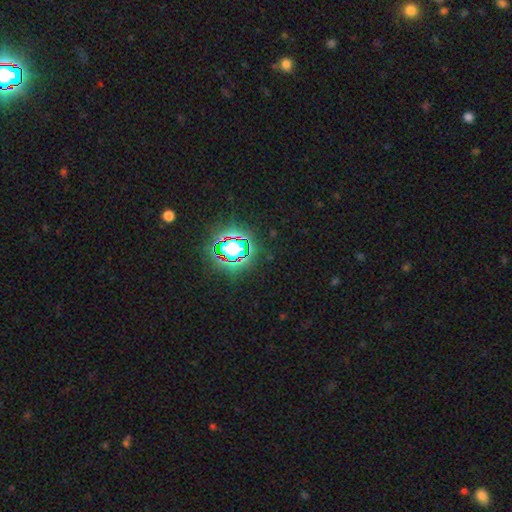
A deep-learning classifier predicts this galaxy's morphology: smooth_or_featured: star or artifact (p=0.80) [alt: smooth p=0.12]